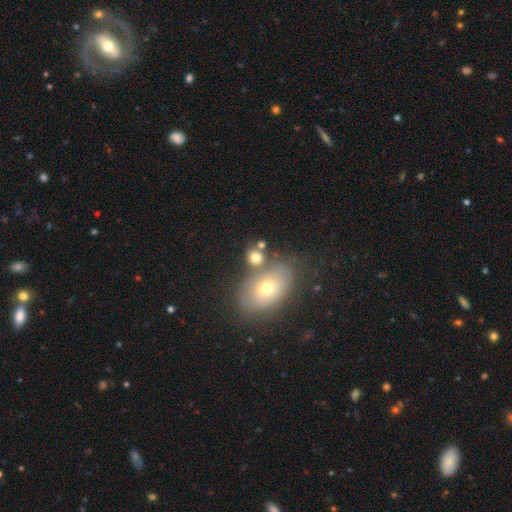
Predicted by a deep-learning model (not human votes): smooth 63%, featured or disk 24%, star or artifact 13%. Down the decision tree: how rounded — in between (57%); merging — none (57%).